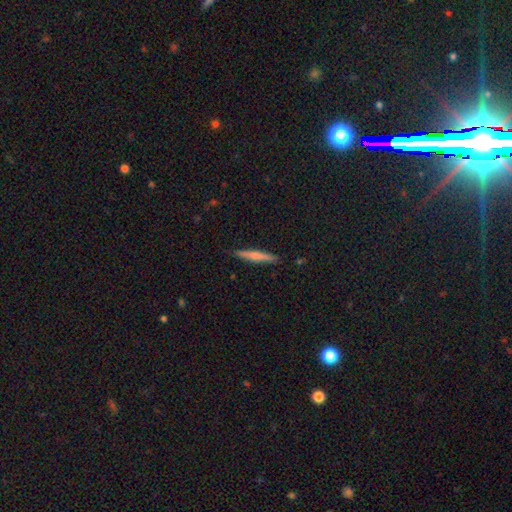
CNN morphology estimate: Q: Smooth or featured?
A: smooth (58%); runner-up: featured or disk (36%)
Q: How rounded?
A: cigar-shaped (94%); runner-up: in between (4%)
Q: Merging?
A: none (89%); runner-up: minor disturbance (8%)